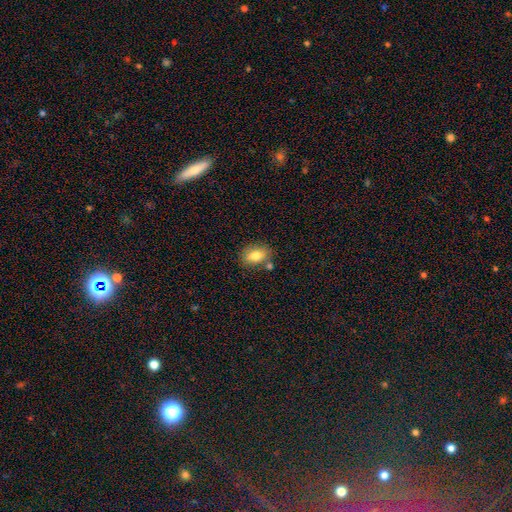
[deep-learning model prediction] Overall: smooth (78%). How rounded: in between (75%). Merging: none (71%).